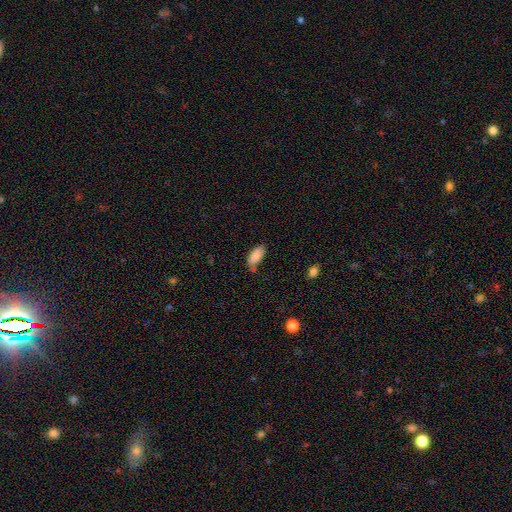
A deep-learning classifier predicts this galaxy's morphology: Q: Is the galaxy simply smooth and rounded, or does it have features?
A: smooth — 87%.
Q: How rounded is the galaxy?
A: in between — 90%.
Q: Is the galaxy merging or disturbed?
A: none — 60%.